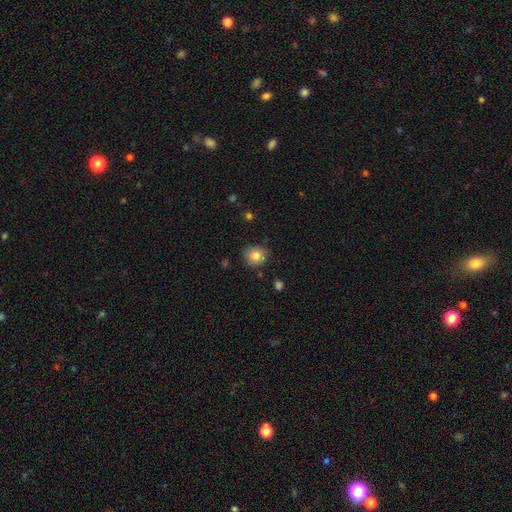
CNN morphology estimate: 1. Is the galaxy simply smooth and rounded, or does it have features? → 83% smooth, 9% star or artifact, 7% featured or disk.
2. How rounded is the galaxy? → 80% round, 19% in between, 1% cigar-shaped.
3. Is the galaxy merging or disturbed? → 80% none, 15% minor disturbance, 3% major disturbance, 2% merger.